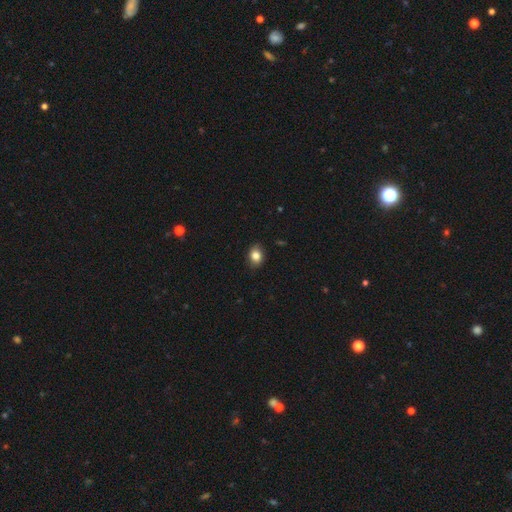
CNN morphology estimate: smooth_or_featured: smooth (p=0.83) [alt: star or artifact p=0.09]
how_rounded: in between (p=0.60) [alt: round p=0.39]
merging: none (p=0.84) [alt: minor disturbance p=0.13]